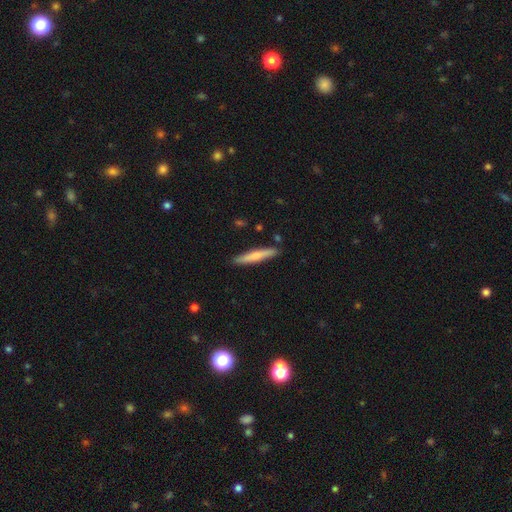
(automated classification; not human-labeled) Smooth or featured?
  - smooth: 68% *
  - featured or disk: 27%
  - star or artifact: 5%
How rounded?
  - cigar-shaped: 93% *
  - in between: 6%
  - round: 1%
Merging?
  - none: 88% *
  - minor disturbance: 9%
  - merger: 2%
  - major disturbance: 2%